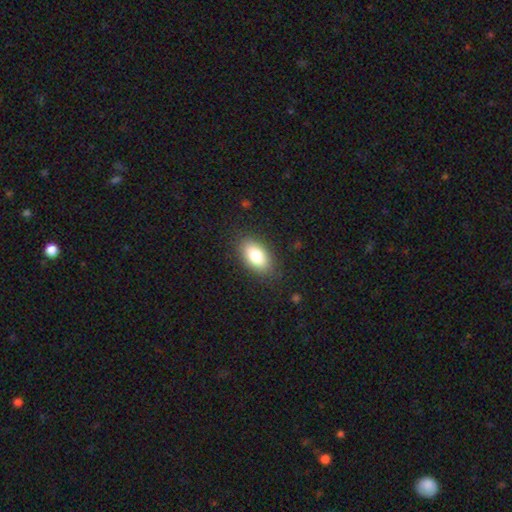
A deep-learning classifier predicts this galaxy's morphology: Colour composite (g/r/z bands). It shows a smooth galaxy with no disk features (82%) that is in between round and cigar-shaped (92%). Merging: none (84%).